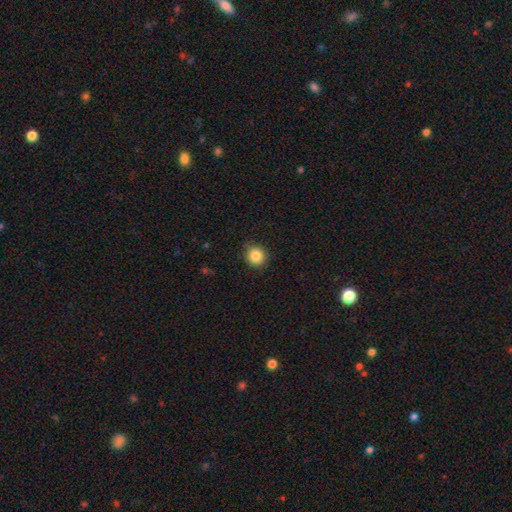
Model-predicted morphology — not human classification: smooth-or-featured: smooth: 85% | star or artifact: 10% | featured or disk: 5%
  how-rounded: round: 88% | in between: 11% | cigar-shaped: 1%
  merging: none: 84% | minor disturbance: 13% | major disturbance: 2% | merger: 1%